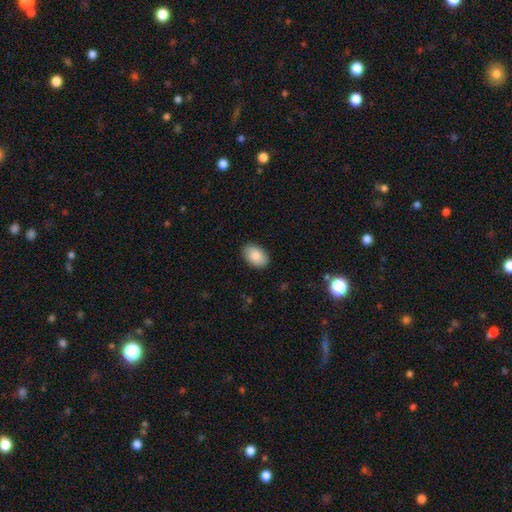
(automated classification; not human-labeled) Q: Smooth or featured?
A: smooth (88%); runner-up: star or artifact (6%)
Q: How rounded?
A: in between (90%); runner-up: round (9%)
Q: Merging?
A: none (88%); runner-up: minor disturbance (9%)